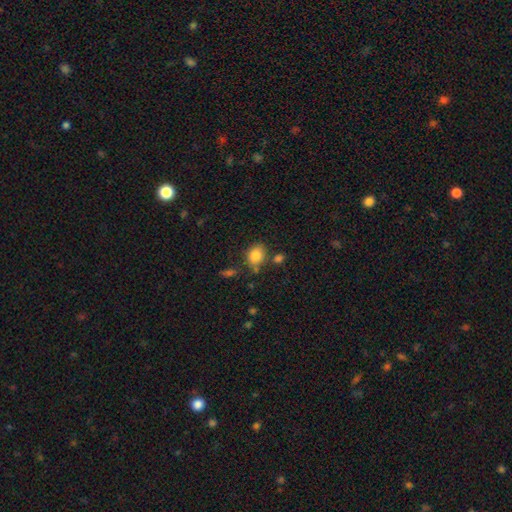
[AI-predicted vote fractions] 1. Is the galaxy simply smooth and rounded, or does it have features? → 83% smooth, 10% star or artifact, 7% featured or disk.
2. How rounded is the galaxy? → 51% round, 48% in between, 1% cigar-shaped.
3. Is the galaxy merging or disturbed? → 71% none, 16% minor disturbance, 9% merger, 4% major disturbance.